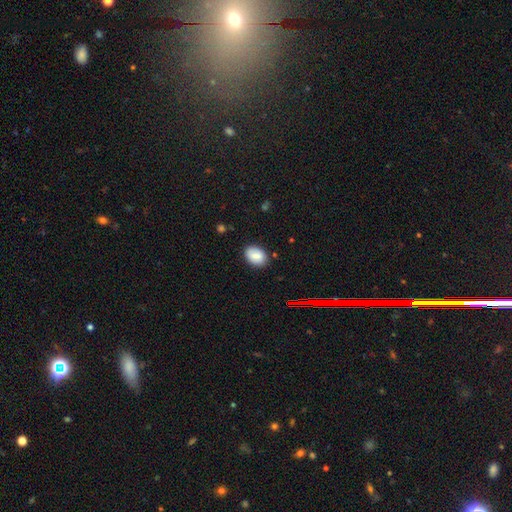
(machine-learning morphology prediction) A smooth galaxy with no disk features (80%) that is in between round and cigar-shaped (79%). Merging: none (83%).